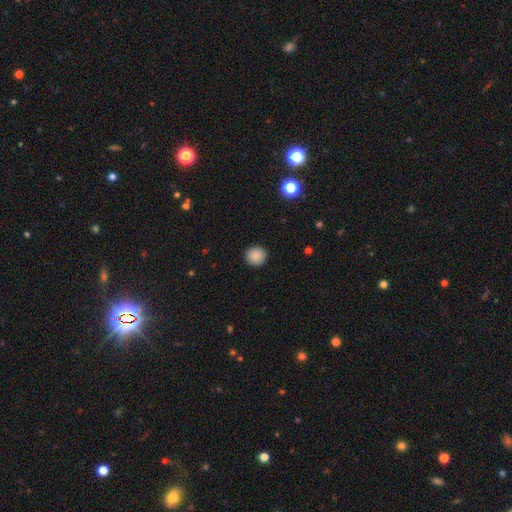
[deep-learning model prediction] Smooth or featured? Predicted: smooth (p=0.87). How rounded? Predicted: round (p=0.92). Merging? Predicted: none (p=0.92).